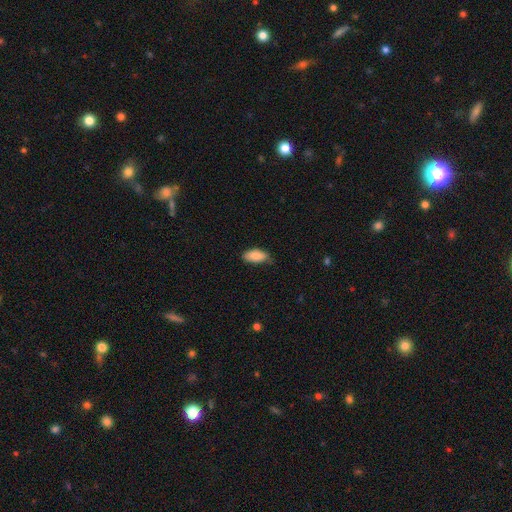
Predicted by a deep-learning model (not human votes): Smooth or featured? Predicted: smooth (p=0.85). How rounded? Predicted: in between (p=0.90). Merging? Predicted: none (p=0.69).